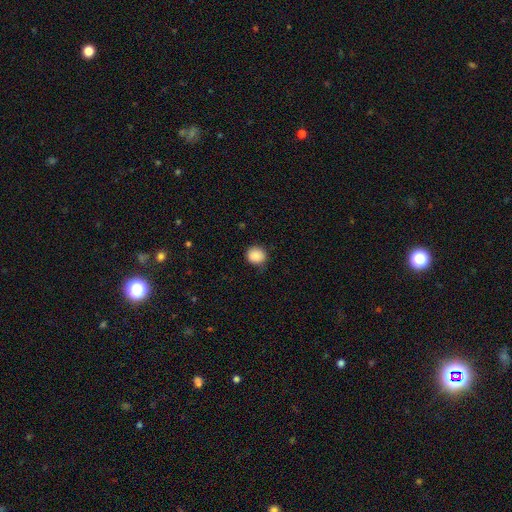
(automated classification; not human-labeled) Smooth or featured? smooth (88%)
How rounded? round (83%)
Merging? none (79%)